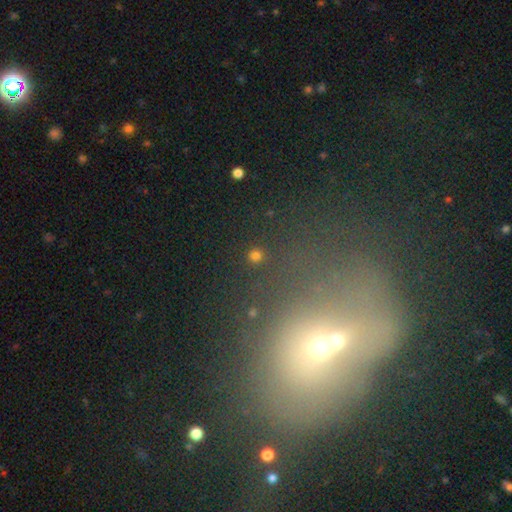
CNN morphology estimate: A smooth galaxy with no disk features (74%) that is round (94%). Merging: none (89%).